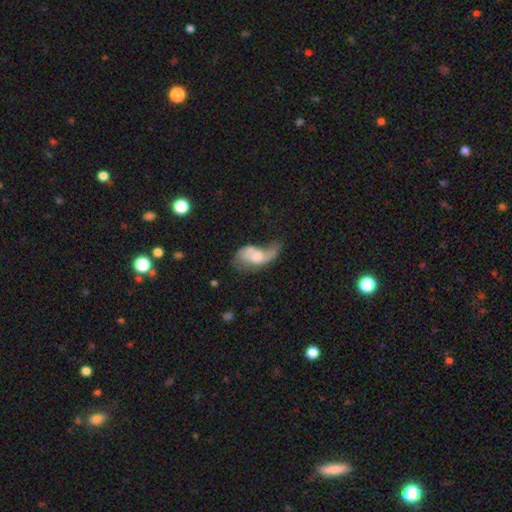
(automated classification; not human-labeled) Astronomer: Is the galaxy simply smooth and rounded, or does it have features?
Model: featured or disk — 56% (runner-up: smooth, 36%).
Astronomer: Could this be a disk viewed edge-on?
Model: no — 94%.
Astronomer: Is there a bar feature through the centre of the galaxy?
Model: no — 68%.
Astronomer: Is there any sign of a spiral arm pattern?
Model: yes — 74%.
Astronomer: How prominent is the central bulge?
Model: moderate — 36% (runner-up: small, 26%).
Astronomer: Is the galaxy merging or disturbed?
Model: major disturbance — 44% (runner-up: none, 22%).